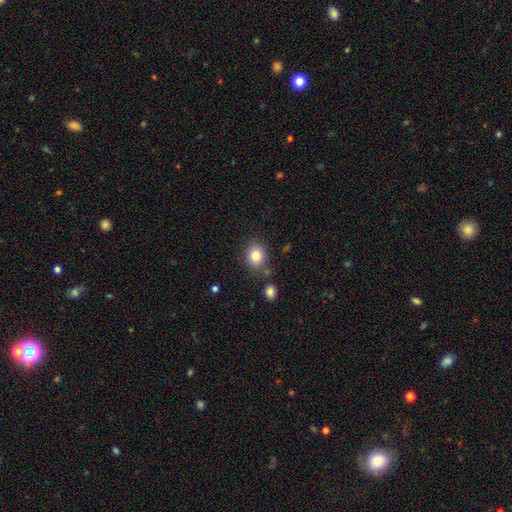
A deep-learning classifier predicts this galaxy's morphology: smooth-or-featured: smooth: 82% | star or artifact: 10% | featured or disk: 8%
  how-rounded: round: 61% | in between: 38% | cigar-shaped: 1%
  merging: none: 78% | minor disturbance: 12% | merger: 6% | major disturbance: 3%